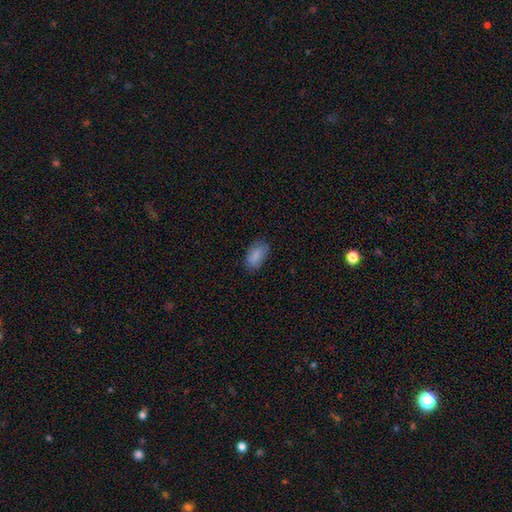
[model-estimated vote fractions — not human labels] This appears to be a smooth galaxy with no disk features (86%) that is in between round and cigar-shaped (92%). Merging: none (79%).